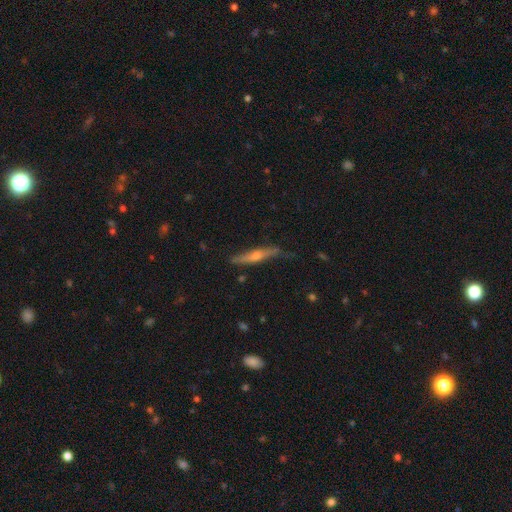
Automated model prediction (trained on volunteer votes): This appears to be a featured or disk galaxy (68%) viewed edge-on (96%) with a rounded central bulge (86%). Merging: none (77%).